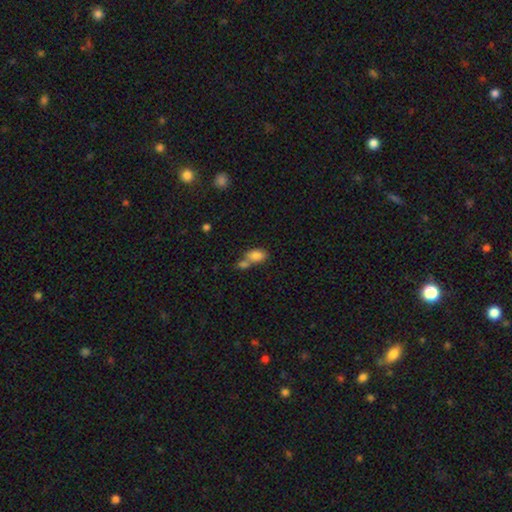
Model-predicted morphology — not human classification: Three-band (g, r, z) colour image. It shows a smooth galaxy with no disk features (81%) that is in between round and cigar-shaped (88%). Merging: merger (52%).